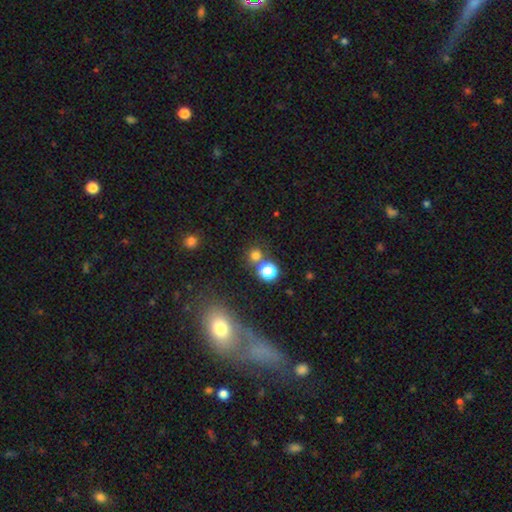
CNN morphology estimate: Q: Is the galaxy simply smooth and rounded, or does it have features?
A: smooth — 70%.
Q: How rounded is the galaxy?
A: round — 89%.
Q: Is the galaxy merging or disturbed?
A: none — 70%.